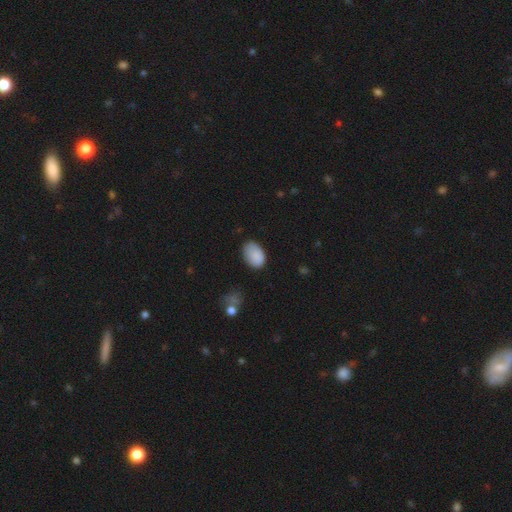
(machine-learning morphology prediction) Smooth or featured: smooth — 87% (star or artifact — 8%)
How rounded: in between — 89% (round — 10%)
Merging: none — 68% (minor disturbance — 25%)